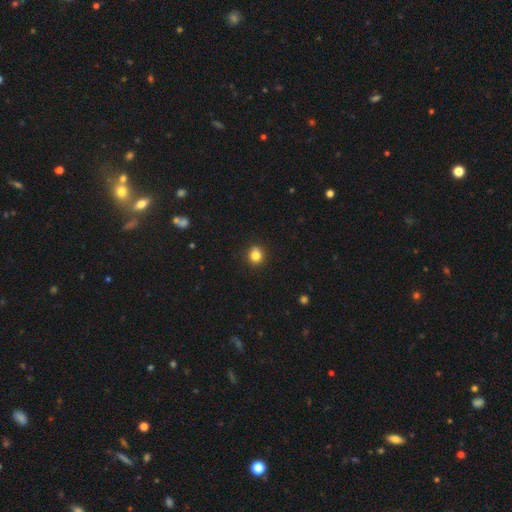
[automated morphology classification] type=smooth (82%); roundness=round (83%); merging=none (87%).